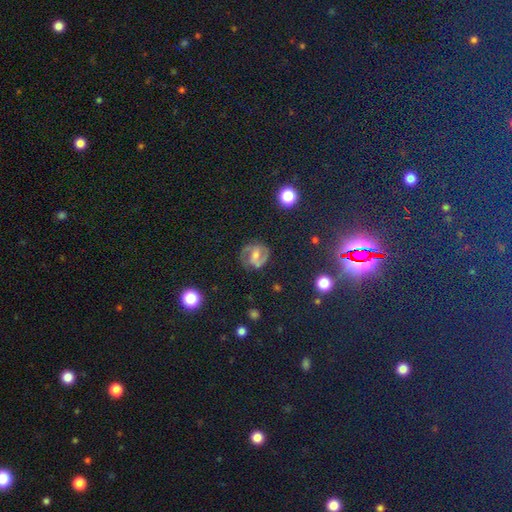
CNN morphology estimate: This appears to be a featured or disk galaxy (67%) with a weak bar (44%), 2 (88%) medium (52%) spiral arms (85%) and a moderate central bulge (55%). Merging: none (74%).